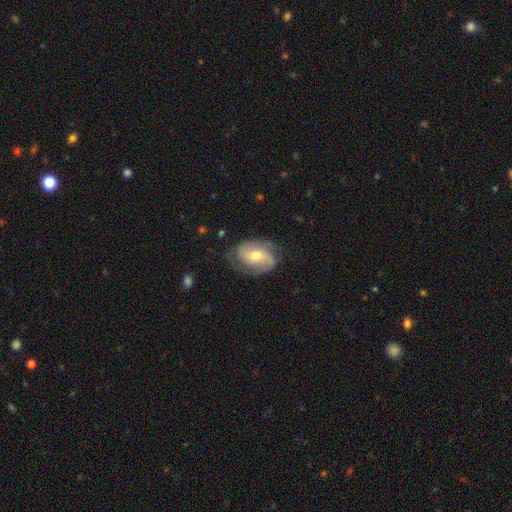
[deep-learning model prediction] smooth_or_featured: featured or disk (p=0.75) [alt: smooth p=0.19]
disk_edge_on: no (p=0.96) [alt: yes p=0.04]
bar: no (p=0.42) [alt: weak p=0.40]
has_spiral_arms: yes (p=0.92) [alt: no p=0.08]
spiral_winding: medium (p=0.45) [alt: tight p=0.28]
spiral_arm_count: 2 (p=0.82) [alt: can't tell p=0.08]
bulge_size: moderate (p=0.63) [alt: small p=0.31]
merging: none (p=0.71) [alt: minor disturbance p=0.19]